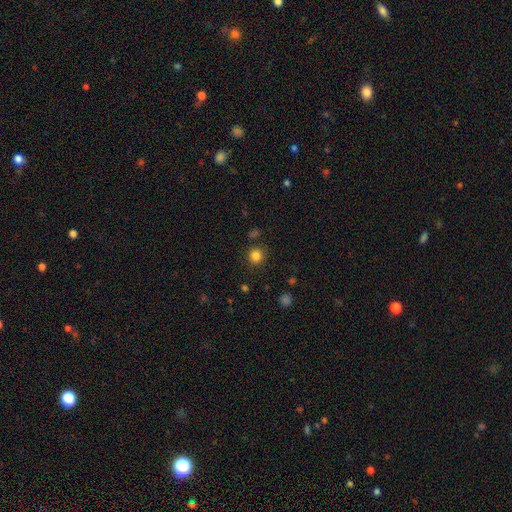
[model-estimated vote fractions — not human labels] This is clearly a smooth galaxy (83%). How rounded: clearly round (91%). Merging: clearly none (86%).